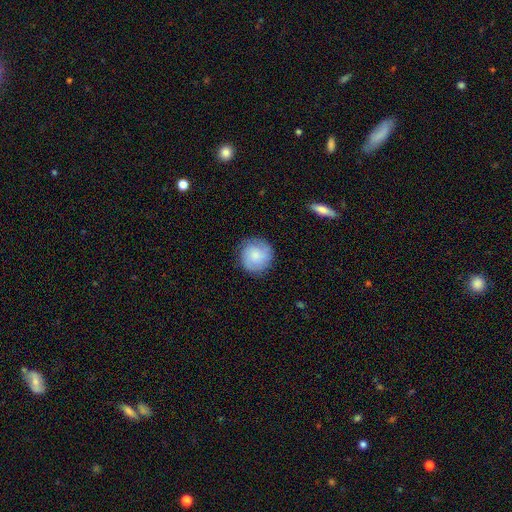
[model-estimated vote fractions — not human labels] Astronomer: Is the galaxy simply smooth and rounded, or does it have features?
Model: smooth — 66%.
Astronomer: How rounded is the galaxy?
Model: round — 93%.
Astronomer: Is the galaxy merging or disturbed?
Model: none — 83%.